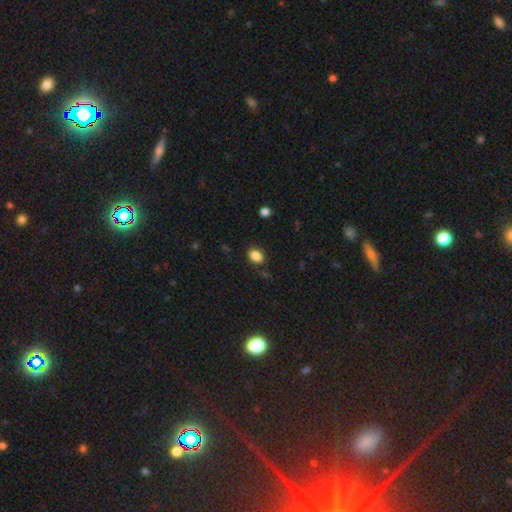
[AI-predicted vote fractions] A smooth galaxy with no disk features (86%) that is in between round and cigar-shaped (72%).

Vote fractions:
- Smooth or featured? smooth: 86% / star or artifact: 10% / featured or disk: 4%
- How rounded? in between: 72% / round: 27% / cigar-shaped: 1%
- Merging? none: 83% / minor disturbance: 12% / major disturbance: 3% / merger: 2%